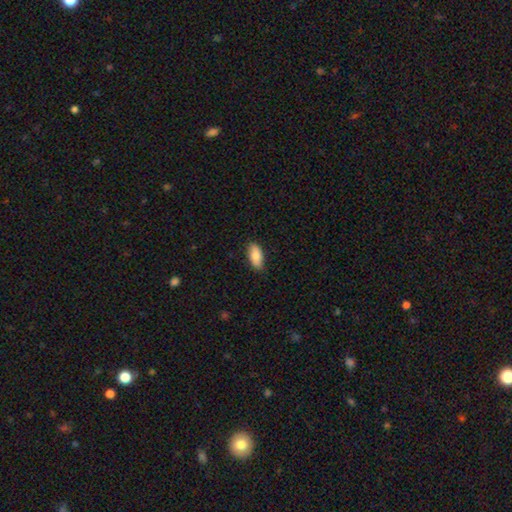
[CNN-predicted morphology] The model was most divided on "merging": none: 84%, minor disturbance: 13%, major disturbance: 2%, merger: 1%. More confident: how rounded — in between (89%); smooth or featured — smooth (84%).